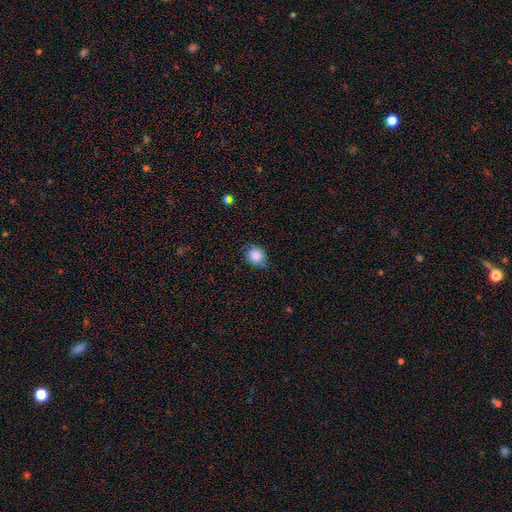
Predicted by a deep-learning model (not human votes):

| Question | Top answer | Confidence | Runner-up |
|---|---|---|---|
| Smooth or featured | smooth | 84% | star or artifact (9%) |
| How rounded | round | 79% | in between (20%) |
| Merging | none | 73% | minor disturbance (22%) |